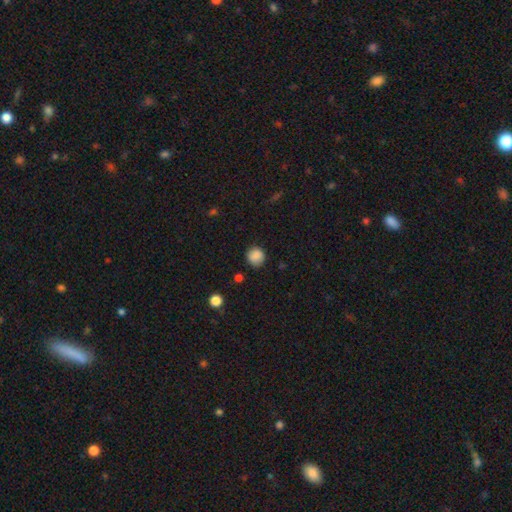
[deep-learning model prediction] Smooth or featured: smooth — 86% (star or artifact — 10%)
How rounded: round — 88% (in between — 11%)
Merging: none — 83% (minor disturbance — 12%)